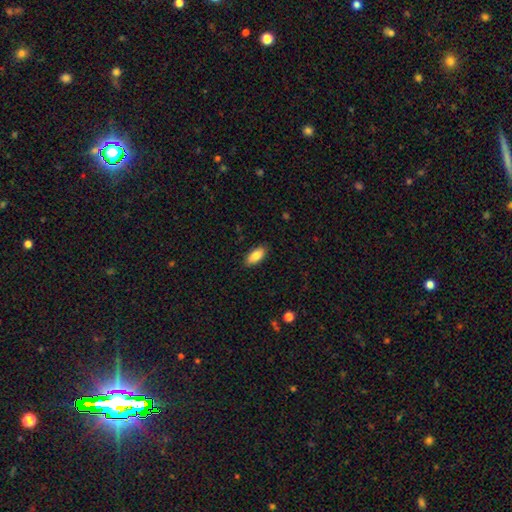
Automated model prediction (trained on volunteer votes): Smooth or featured? Predicted: smooth (p=0.86). How rounded? Predicted: in between (p=0.87). Merging? Predicted: none (p=0.87).